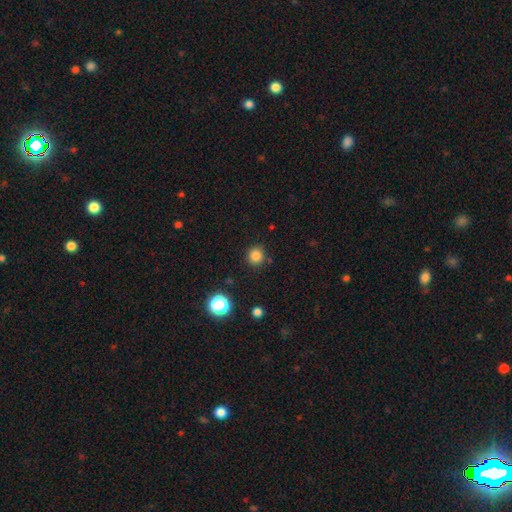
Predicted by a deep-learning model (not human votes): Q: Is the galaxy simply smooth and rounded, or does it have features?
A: smooth — 83%.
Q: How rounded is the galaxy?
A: round — 91%.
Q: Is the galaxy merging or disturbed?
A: none — 87%.